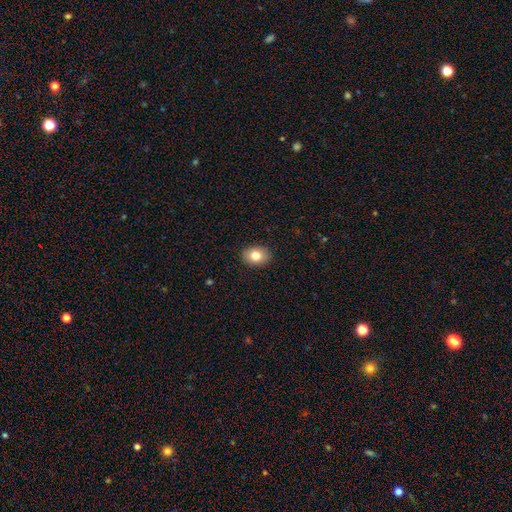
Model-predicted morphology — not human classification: This is clearly a smooth galaxy (80%). How rounded: likely in between (67%). Merging: clearly none (90%).